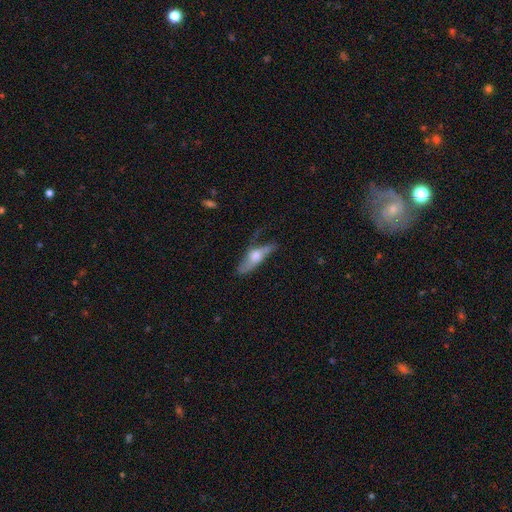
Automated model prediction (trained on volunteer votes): A featured or disk galaxy (48%). Merging: none (49%).